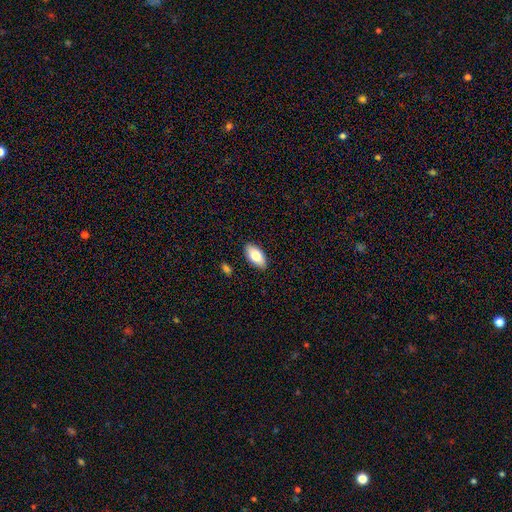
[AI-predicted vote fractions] Smooth or featured? Predicted: smooth (p=0.80). How rounded? Predicted: in between (p=0.93). Merging? Predicted: none (p=0.88).